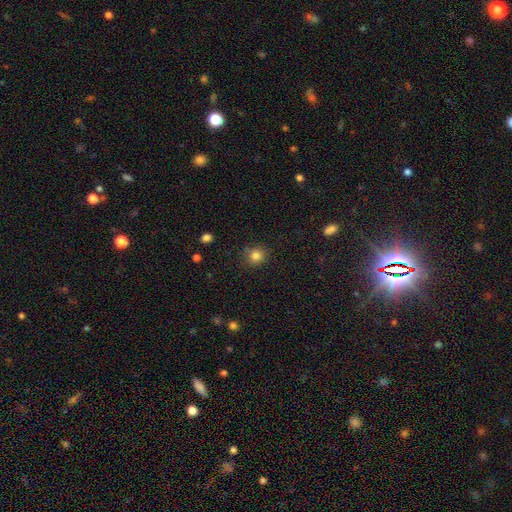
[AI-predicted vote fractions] Overall: smooth (82%). How rounded: round (86%). Merging: none (84%).